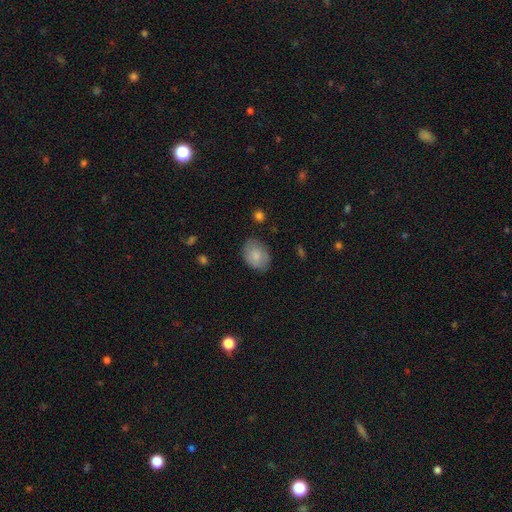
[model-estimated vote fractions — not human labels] Smooth or featured? smooth (81%)
How rounded? in between (74%)
Merging? none (77%)